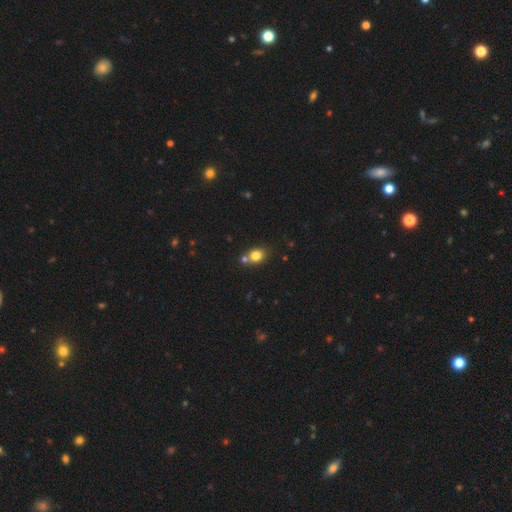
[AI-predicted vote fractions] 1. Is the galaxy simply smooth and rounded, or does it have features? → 80% smooth, 12% star or artifact, 8% featured or disk.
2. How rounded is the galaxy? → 56% round, 42% in between, 1% cigar-shaped.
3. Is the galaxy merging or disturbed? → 60% none, 27% merger, 10% minor disturbance, 3% major disturbance.